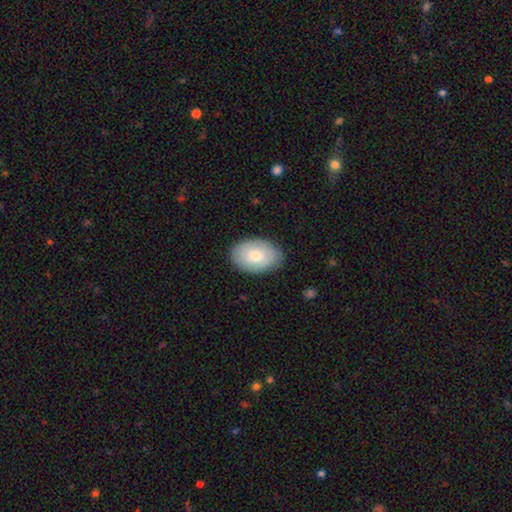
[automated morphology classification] Q: Smooth or featured?
A: smooth (73%); runner-up: featured or disk (21%)
Q: How rounded?
A: in between (88%); runner-up: round (11%)
Q: Merging?
A: none (85%); runner-up: minor disturbance (12%)